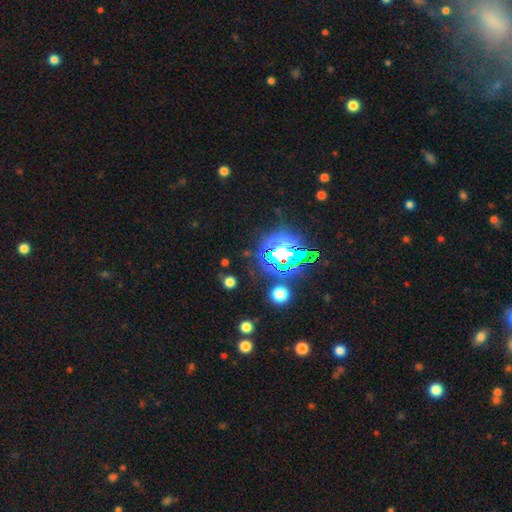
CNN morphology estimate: The model was most divided on "smooth or featured": star or artifact: 82%, smooth: 11%, featured or disk: 7%.